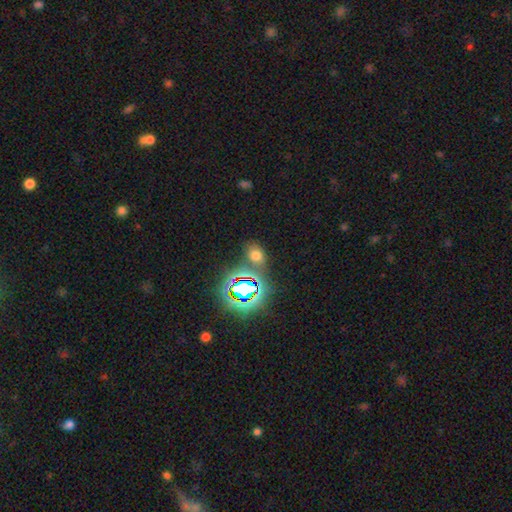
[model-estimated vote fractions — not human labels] Smooth or featured?
  - smooth: 54% *
  - star or artifact: 37%
  - featured or disk: 9%
How rounded?
  - in between: 61% *
  - round: 37%
  - cigar-shaped: 2%
Merging?
  - none: 69% *
  - minor disturbance: 13%
  - merger: 12%
  - major disturbance: 6%